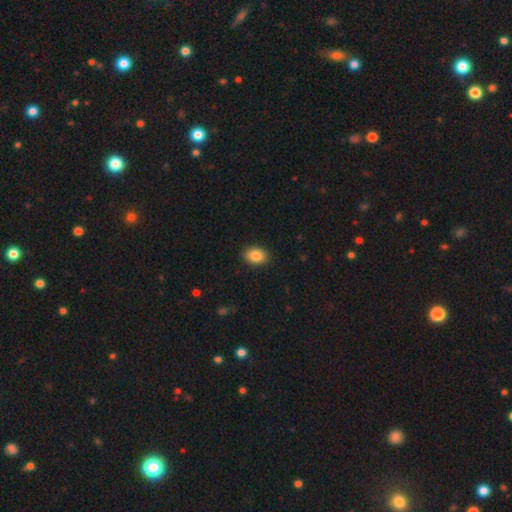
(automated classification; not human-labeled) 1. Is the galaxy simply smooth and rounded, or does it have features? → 86% smooth, 8% star or artifact, 6% featured or disk.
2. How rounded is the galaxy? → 74% in between, 25% round, 1% cigar-shaped.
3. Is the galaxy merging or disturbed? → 90% none, 7% minor disturbance, 2% major disturbance, 1% merger.